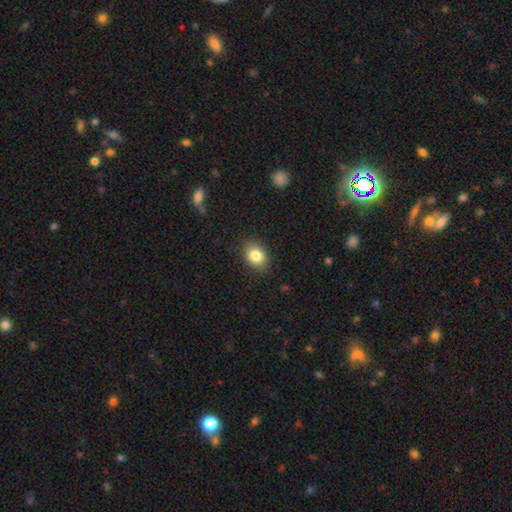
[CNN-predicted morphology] type=smooth (83%); roundness=in between (58%); merging=none (85%).